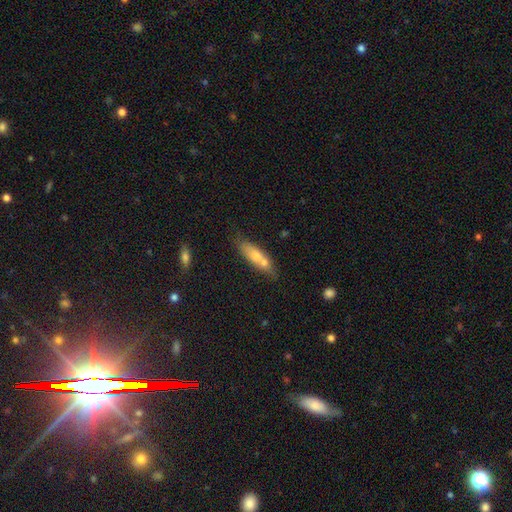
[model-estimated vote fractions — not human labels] Q: Smooth or featured?
A: smooth (64%); runner-up: featured or disk (28%)
Q: How rounded?
A: in between (51%); runner-up: cigar-shaped (46%)
Q: Merging?
A: none (48%); runner-up: merger (32%)